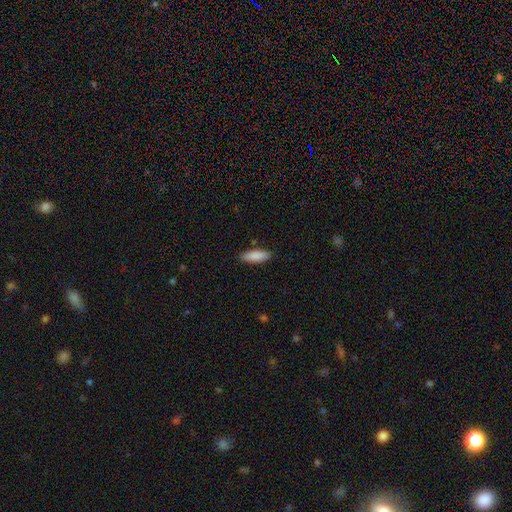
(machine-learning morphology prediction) smooth 88%, featured or disk 6%, star or artifact 6%. Down the decision tree: how rounded — in between (57%); merging — none (88%).